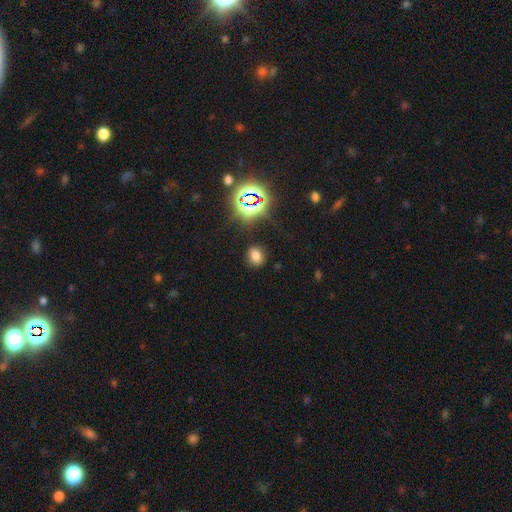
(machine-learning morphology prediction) Smooth or featured: smooth — 66% (star or artifact — 25%)
How rounded: in between — 55% (round — 44%)
Merging: none — 84% (minor disturbance — 10%)